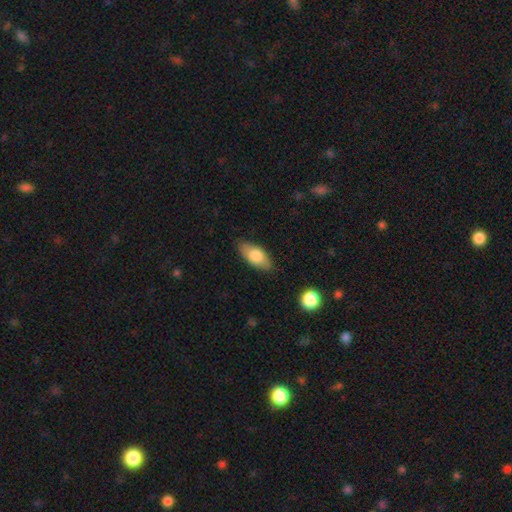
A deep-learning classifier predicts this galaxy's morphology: smooth-or-featured: smooth: 75% | featured or disk: 19% | star or artifact: 6%
  how-rounded: in between: 87% | cigar-shaped: 10% | round: 3%
  merging: none: 82% | minor disturbance: 14% | major disturbance: 3% | merger: 1%